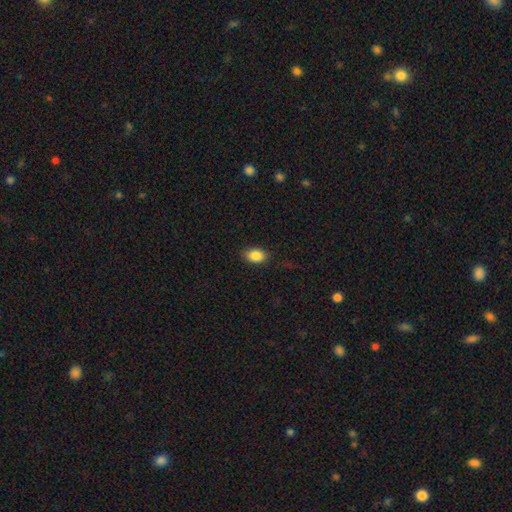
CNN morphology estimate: smooth-or-featured: smooth: 86% | star or artifact: 8% | featured or disk: 6%
  how-rounded: in between: 85% | round: 13% | cigar-shaped: 2%
  merging: none: 85% | minor disturbance: 12% | major disturbance: 3% | merger: 1%